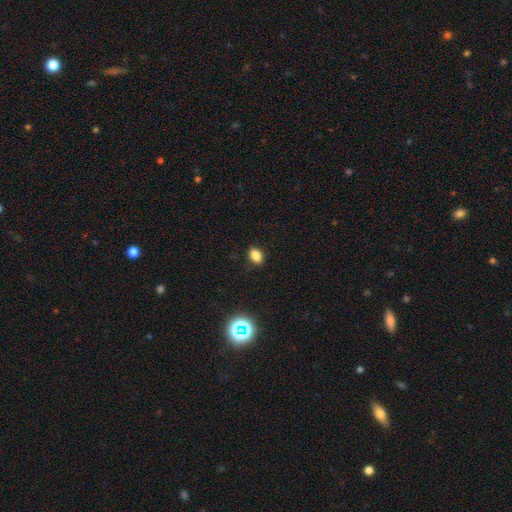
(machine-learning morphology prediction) Smooth or featured?
  - smooth: 82% *
  - star or artifact: 13%
  - featured or disk: 5%
How rounded?
  - in between: 74% *
  - round: 25%
  - cigar-shaped: 1%
Merging?
  - none: 88% *
  - minor disturbance: 9%
  - major disturbance: 2%
  - merger: 1%